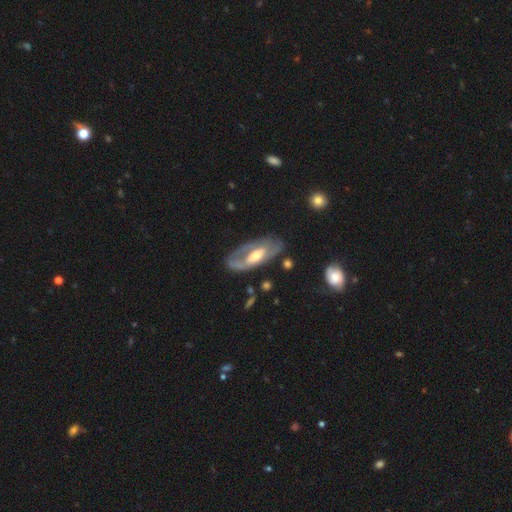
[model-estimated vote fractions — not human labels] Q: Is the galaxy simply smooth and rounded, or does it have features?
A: featured or disk — 69%.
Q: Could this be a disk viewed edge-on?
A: no — 86%.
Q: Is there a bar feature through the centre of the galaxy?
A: no — 43%.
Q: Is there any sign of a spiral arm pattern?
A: yes — 62%.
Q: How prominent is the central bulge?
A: moderate — 61%.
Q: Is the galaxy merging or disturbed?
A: none — 60%.